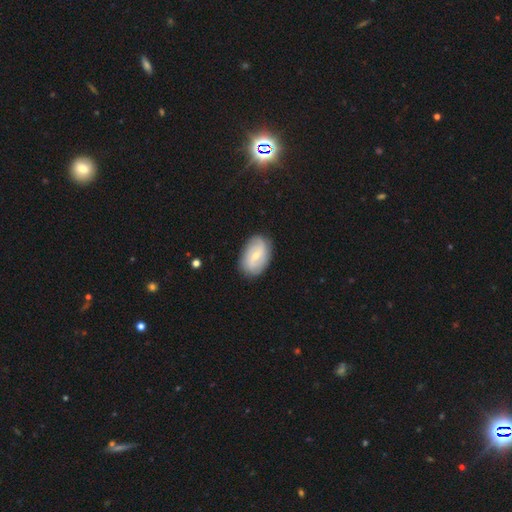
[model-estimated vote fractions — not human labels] This appears to be a featured or disk galaxy (55%) with a weak bar (53%), spiral arms (77%) and a small central bulge (60%). Merging: none (84%).